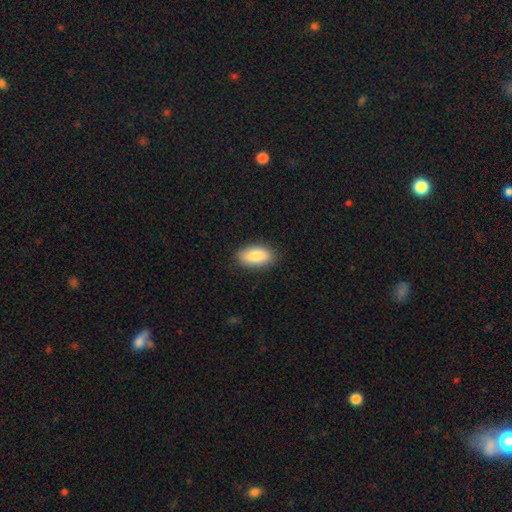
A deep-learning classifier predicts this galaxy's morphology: A smooth galaxy with no disk features (84%) that is in between round and cigar-shaped (92%). Merging: none (88%).